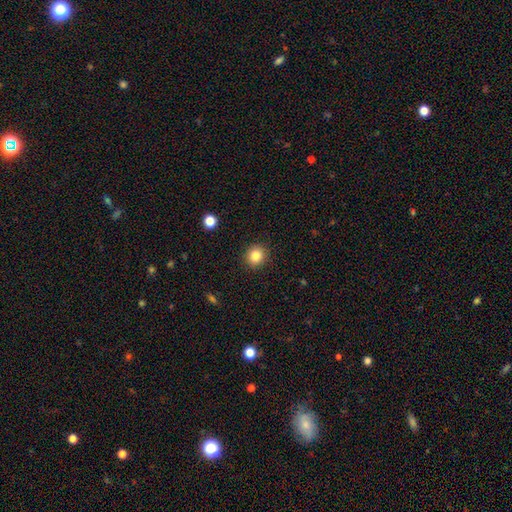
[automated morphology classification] Smooth or featured: smooth — 84% (star or artifact — 10%)
How rounded: round — 83% (in between — 16%)
Merging: none — 90% (minor disturbance — 6%)